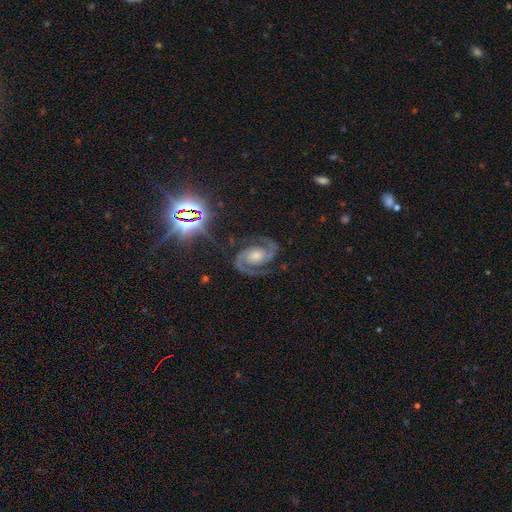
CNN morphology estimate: This is clearly a featured or disk galaxy (87%). It is clearly not viewed edge-on (98%). Bar: possibly no (56%). Spiral arm pattern: clearly yes (98%). Spiral arm count: clearly 2 (94%). Spiral winding: possibly medium (53%). Central bulge: possibly moderate (58%). Merging: clearly none (82%).